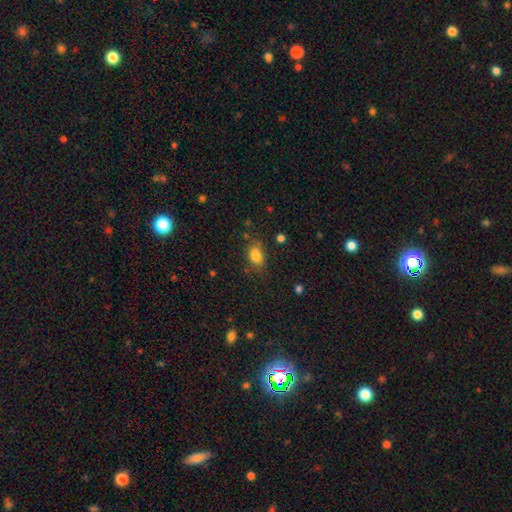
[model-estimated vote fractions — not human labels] smooth_or_featured: smooth (p=0.83) [alt: star or artifact p=0.10]
how_rounded: in between (p=0.82) [alt: round p=0.15]
merging: none (p=0.73) [alt: minor disturbance p=0.18]